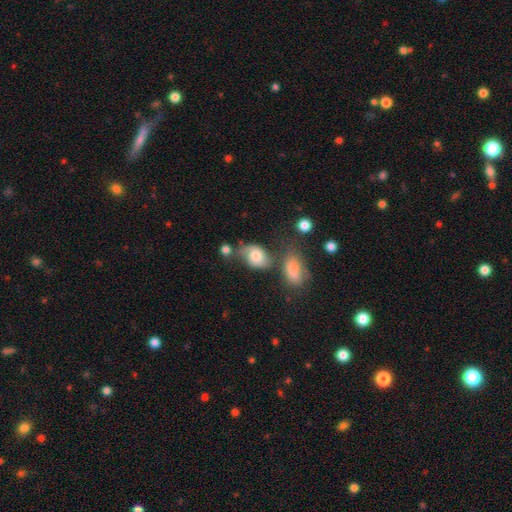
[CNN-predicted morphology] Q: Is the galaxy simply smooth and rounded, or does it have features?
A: smooth — 65%.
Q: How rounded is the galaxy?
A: in between — 76%.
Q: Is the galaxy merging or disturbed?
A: none — 38%.